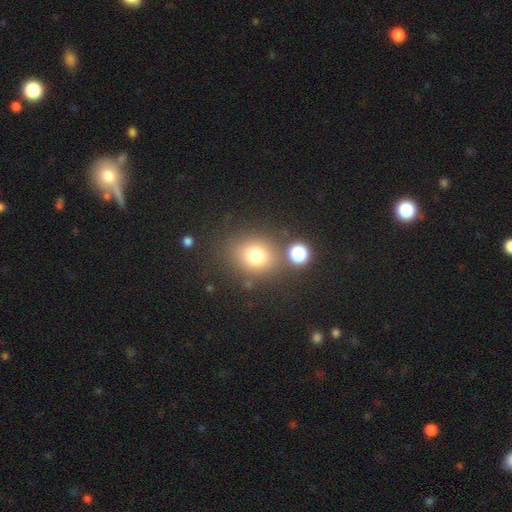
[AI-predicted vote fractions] smooth_or_featured: smooth (p=0.75) [alt: star or artifact p=0.15]
how_rounded: round (p=0.75) [alt: in between p=0.24]
merging: none (p=0.76) [alt: minor disturbance p=0.10]